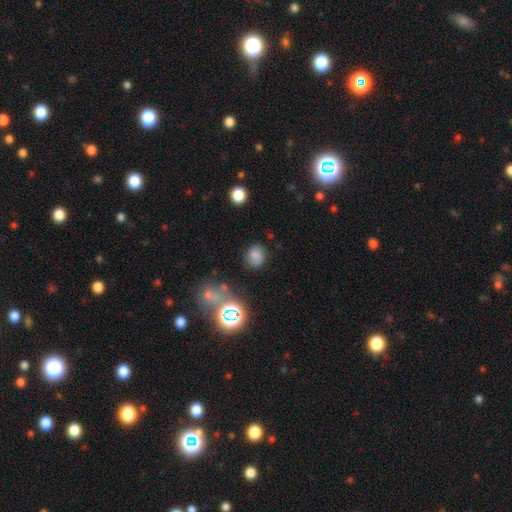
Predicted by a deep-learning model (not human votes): Smooth or featured? smooth (77%)
How rounded? round (65%)
Merging? none (79%)